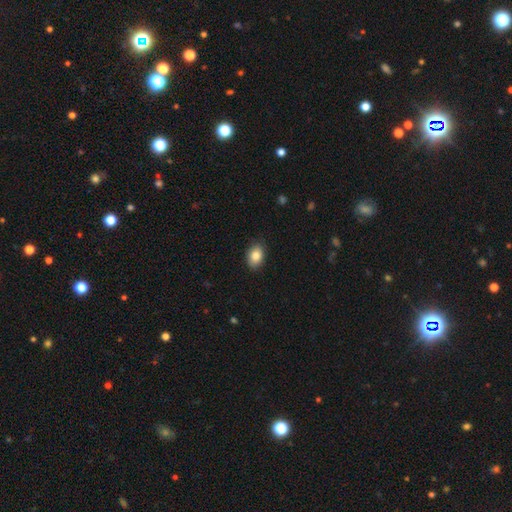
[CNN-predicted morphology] Q: Smooth or featured?
A: smooth (85%); runner-up: star or artifact (8%)
Q: How rounded?
A: in between (81%); runner-up: round (18%)
Q: Merging?
A: none (87%); runner-up: minor disturbance (10%)